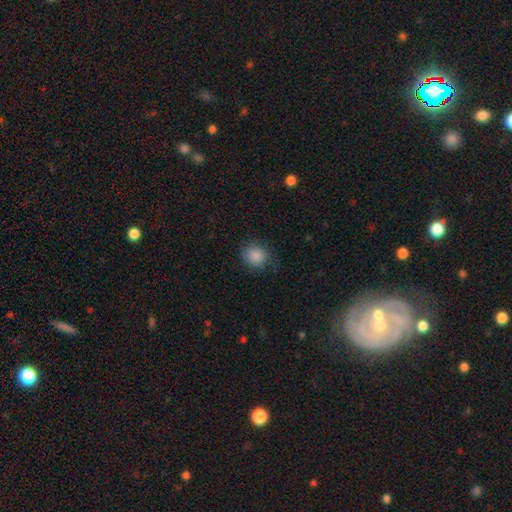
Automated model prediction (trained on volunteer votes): Smooth or featured? smooth (87%)
How rounded? round (82%)
Merging? none (77%)